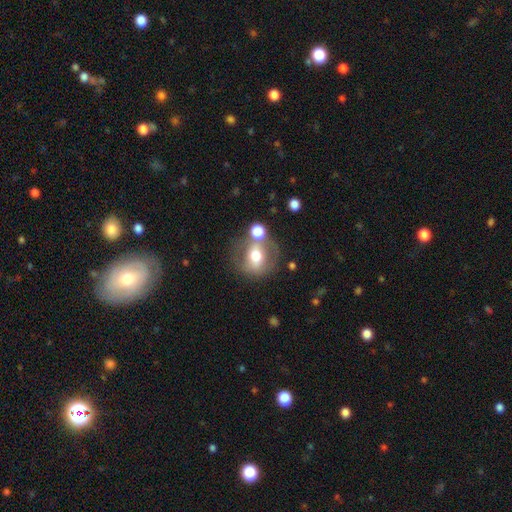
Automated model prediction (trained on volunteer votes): This is possibly a smooth galaxy (55%). How rounded: likely round (65%). Merging: possibly none (52%).